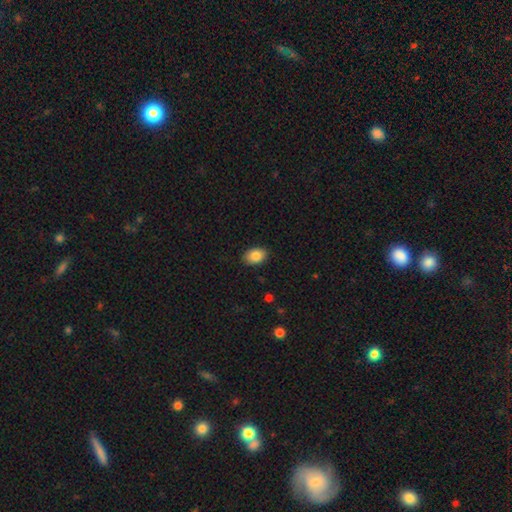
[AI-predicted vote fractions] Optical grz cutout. It shows a smooth galaxy with no disk features (85%) that is in between round and cigar-shaped (80%). Merging: none (87%).